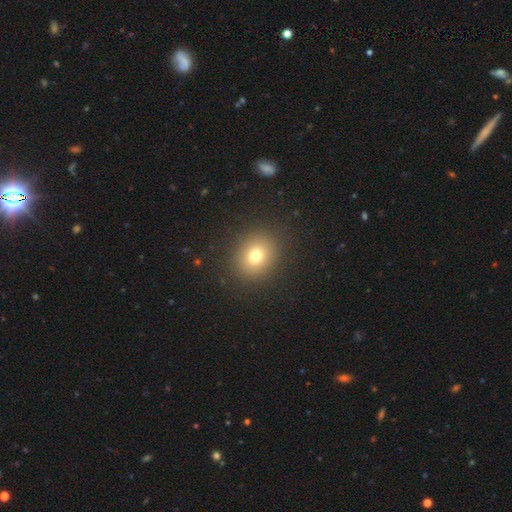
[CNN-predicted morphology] This appears to be a smooth galaxy with no disk features (74%) that is round (72%). Merging: none (89%).